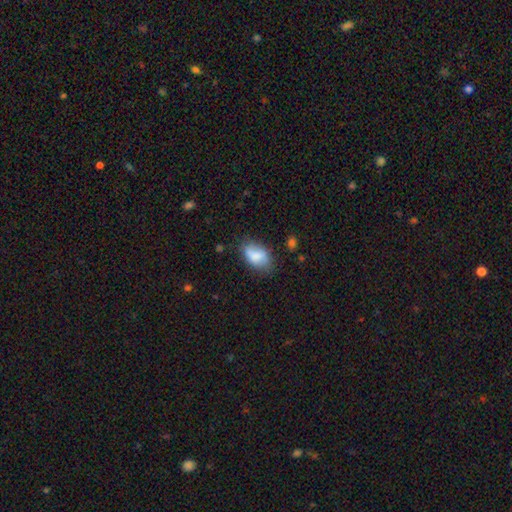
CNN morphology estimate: The model was most divided on "merging": none: 62%, minor disturbance: 26%, major disturbance: 7%, merger: 4%. More confident: how rounded — in between (90%); smooth or featured — smooth (75%).